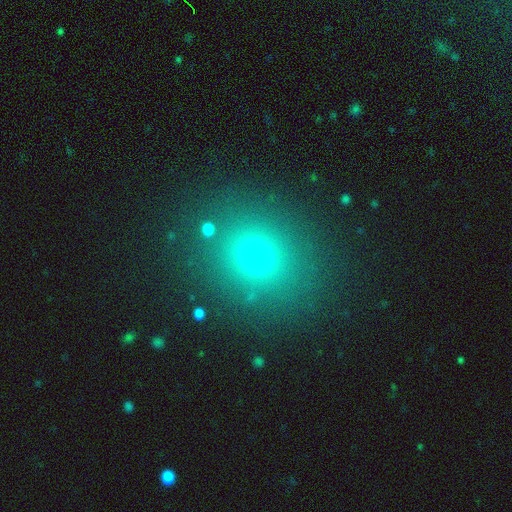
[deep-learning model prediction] Q: Smooth or featured?
A: smooth (68%); runner-up: star or artifact (23%)
Q: How rounded?
A: round (72%); runner-up: in between (27%)
Q: Merging?
A: none (84%); runner-up: minor disturbance (9%)